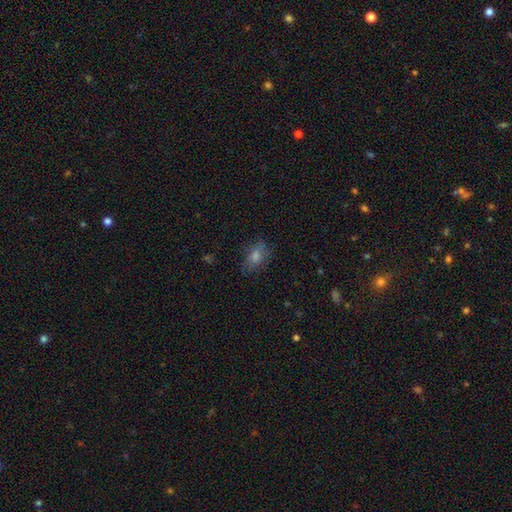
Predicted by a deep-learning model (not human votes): This appears to be a smooth galaxy with no disk features (62%) that is in between round and cigar-shaped (75%). Merging: none (76%).